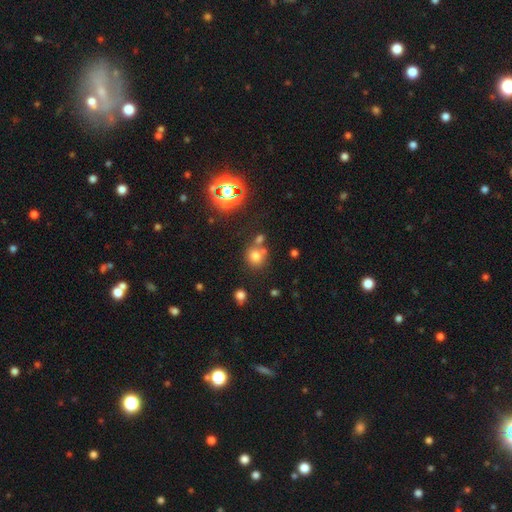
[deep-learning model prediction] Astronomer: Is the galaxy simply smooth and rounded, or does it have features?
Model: smooth — 70%.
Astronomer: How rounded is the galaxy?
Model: round — 83%.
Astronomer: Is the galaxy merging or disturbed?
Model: none — 60%.